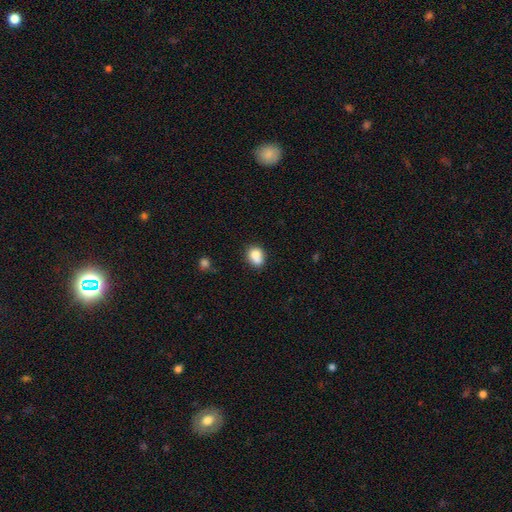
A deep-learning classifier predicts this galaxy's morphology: smooth_or_featured: smooth (p=0.78) [alt: featured or disk p=0.13]
how_rounded: round (p=0.57) [alt: in between p=0.42]
merging: none (p=0.45) [alt: merger p=0.32]